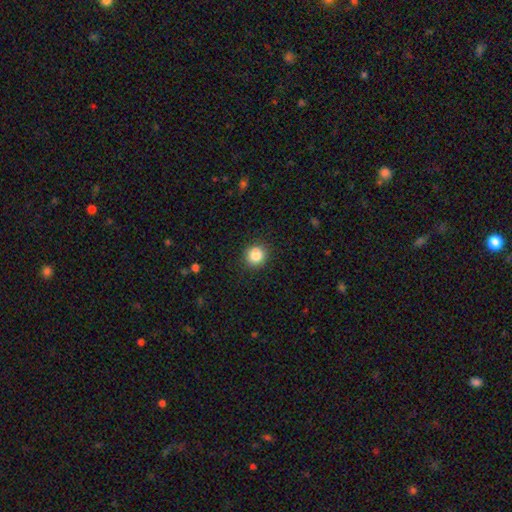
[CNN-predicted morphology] Smooth or featured? smooth (85%)
How rounded? round (88%)
Merging? none (88%)